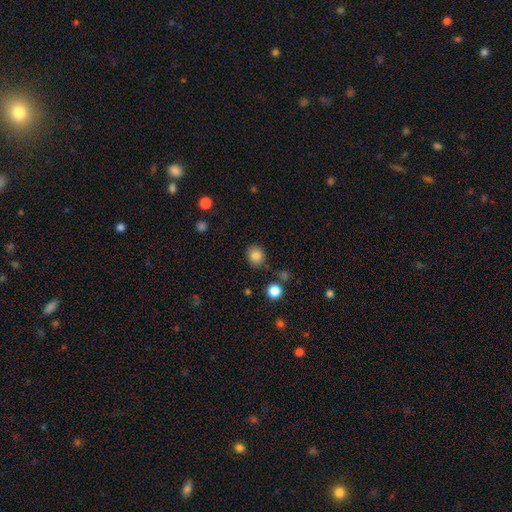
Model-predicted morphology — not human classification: Smooth or featured?
  - smooth: 84% *
  - star or artifact: 10%
  - featured or disk: 5%
How rounded?
  - round: 76% *
  - in between: 23%
  - cigar-shaped: 1%
Merging?
  - none: 83% *
  - minor disturbance: 11%
  - merger: 3%
  - major disturbance: 3%